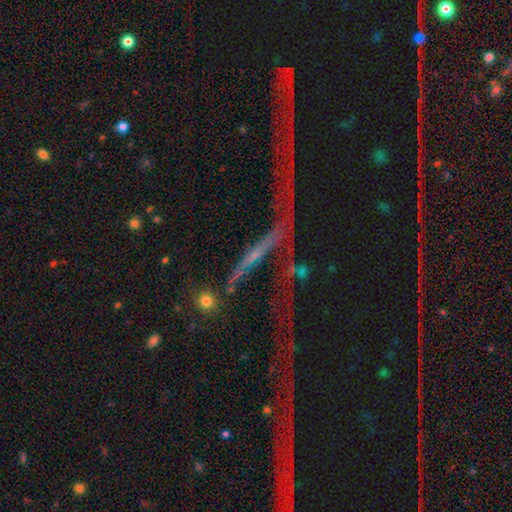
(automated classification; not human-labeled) Smooth or featured?
  - featured or disk: 57% *
  - star or artifact: 24%
  - smooth: 19%
Edge-on disk?
  - yes: 56% *
  - no: 44%
Merging?
  - none: 46% *
  - major disturbance: 25%
  - minor disturbance: 15%
  - merger: 13%